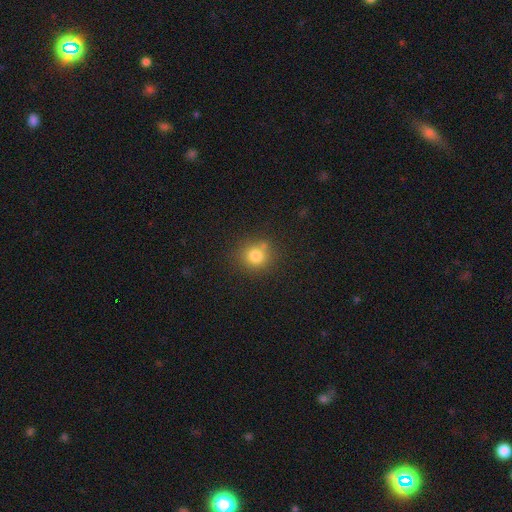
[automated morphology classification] A smooth galaxy with no disk features (80%) that is round (86%).

Vote fractions:
- Smooth or featured? smooth: 80% / star or artifact: 13% / featured or disk: 7%
- How rounded? round: 86% / in between: 13% / cigar-shaped: 1%
- Merging? none: 73% / minor disturbance: 12% / merger: 12% / major disturbance: 4%